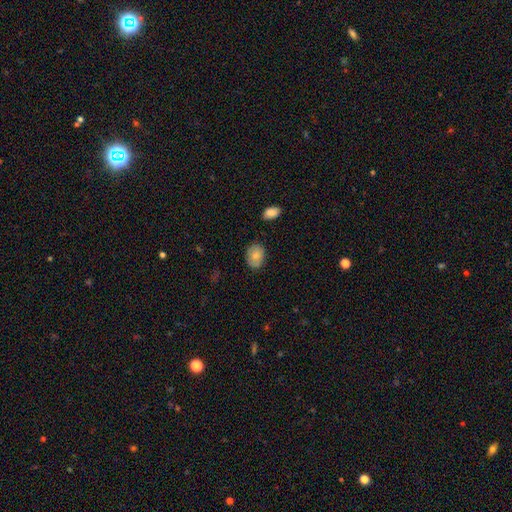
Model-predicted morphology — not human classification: smooth 77%, featured or disk 15%, star or artifact 8%. Down the decision tree: how rounded — in between (69%); merging — none (81%).